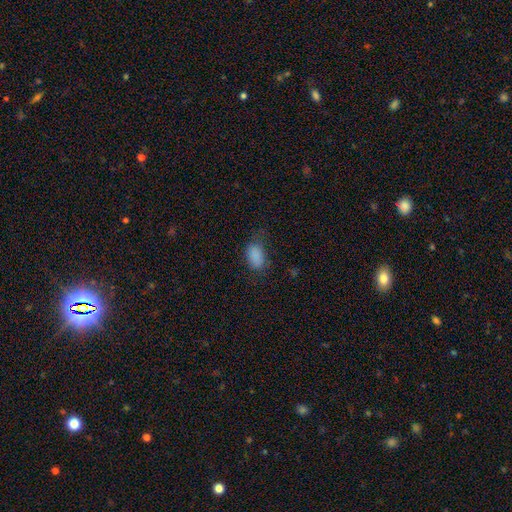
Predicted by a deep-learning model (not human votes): Smooth or featured: smooth — 84% (star or artifact — 10%)
How rounded: in between — 90% (round — 8%)
Merging: none — 58% (minor disturbance — 27%)